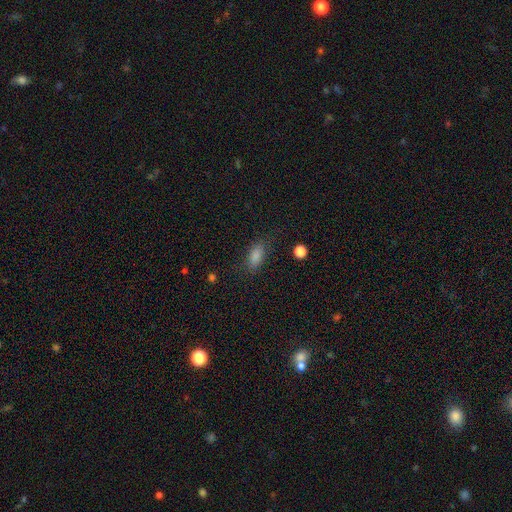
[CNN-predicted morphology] type=smooth (80%); roundness=in between (81%); merging=none (80%).